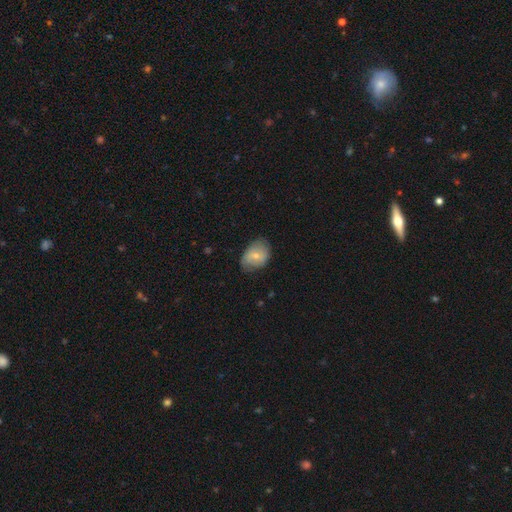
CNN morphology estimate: Smooth or featured: smooth — 63% (featured or disk — 30%)
How rounded: in between — 72% (round — 27%)
Merging: none — 64% (minor disturbance — 28%)